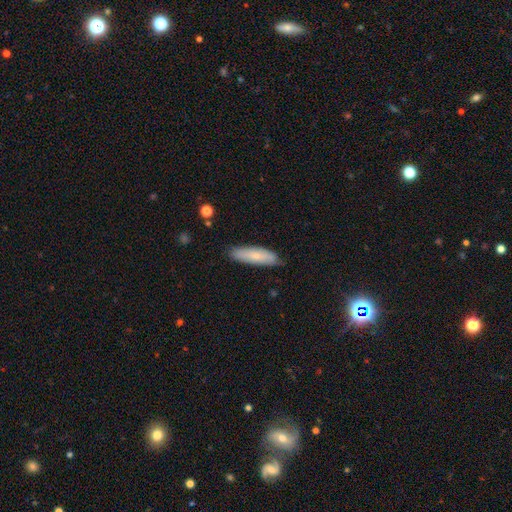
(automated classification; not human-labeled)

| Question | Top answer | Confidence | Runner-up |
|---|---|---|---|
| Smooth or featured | smooth | 69% | featured or disk (24%) |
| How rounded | cigar-shaped | 58% | in between (40%) |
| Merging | none | 78% | minor disturbance (18%) |